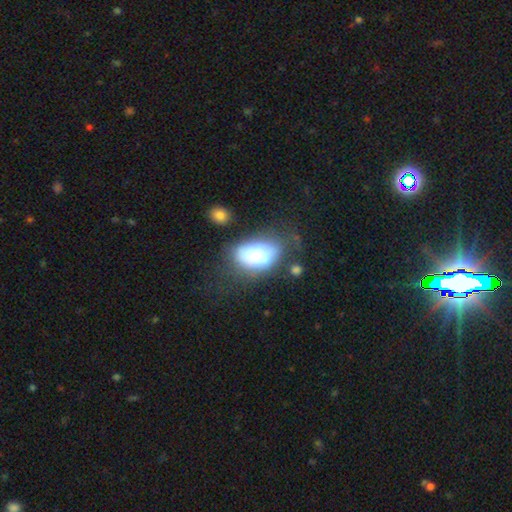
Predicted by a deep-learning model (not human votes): smooth-or-featured: smooth: 66% | featured or disk: 25% | star or artifact: 9%
  how-rounded: in between: 82% | round: 16% | cigar-shaped: 2%
  merging: none: 51% | minor disturbance: 25% | major disturbance: 17% | merger: 8%